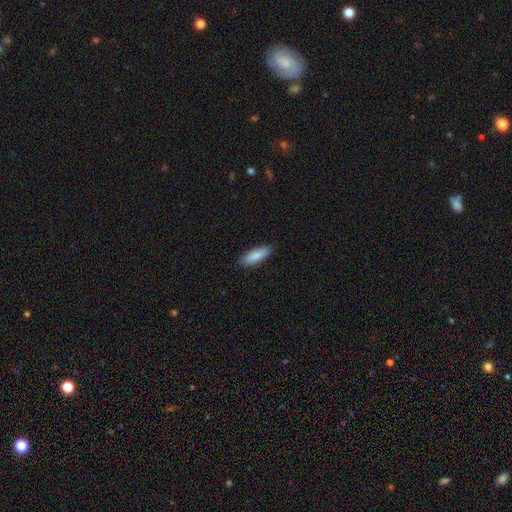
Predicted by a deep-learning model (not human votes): Smooth or featured? smooth (87%)
How rounded? in between (63%)
Merging? none (88%)